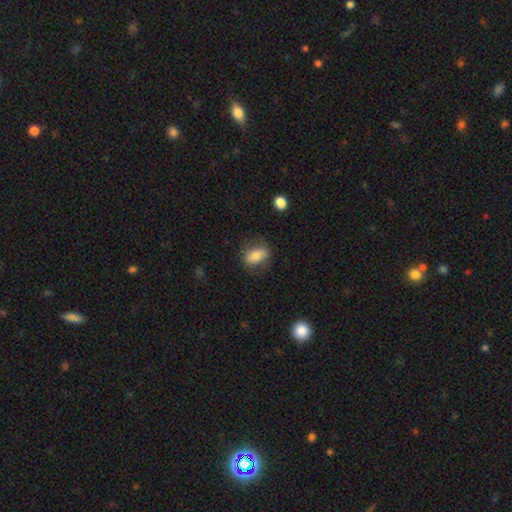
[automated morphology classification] The model was most divided on "merging": none: 75%, minor disturbance: 17%, major disturbance: 7%, merger: 2%. More confident: how rounded — in between (82%); smooth or featured — smooth (77%).